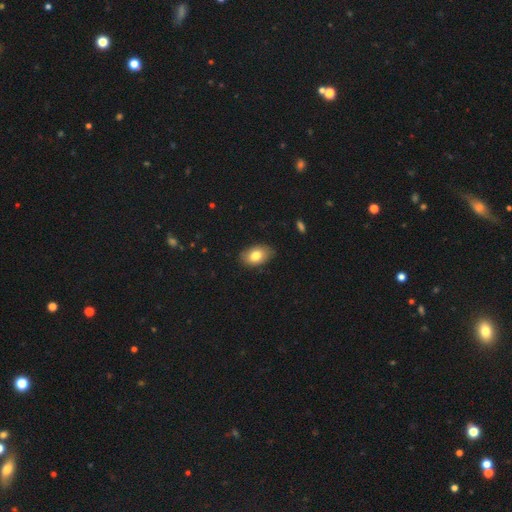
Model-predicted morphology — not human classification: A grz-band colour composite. It shows a smooth galaxy with no disk features (78%) that is in between round and cigar-shaped (88%). Merging: none (82%).